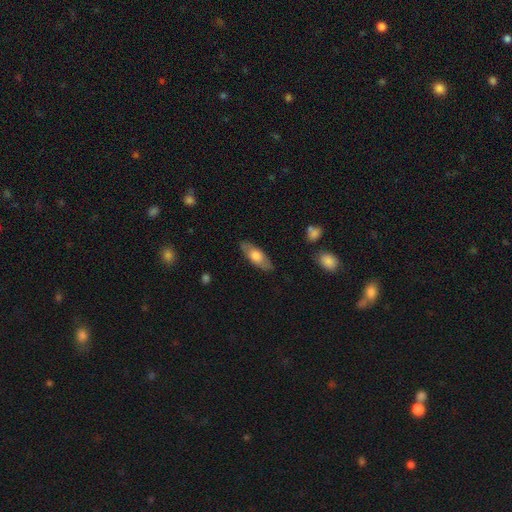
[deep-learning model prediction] smooth 58%, featured or disk 37%, star or artifact 6%. Down the decision tree: how rounded — in between (72%); merging — none (82%).